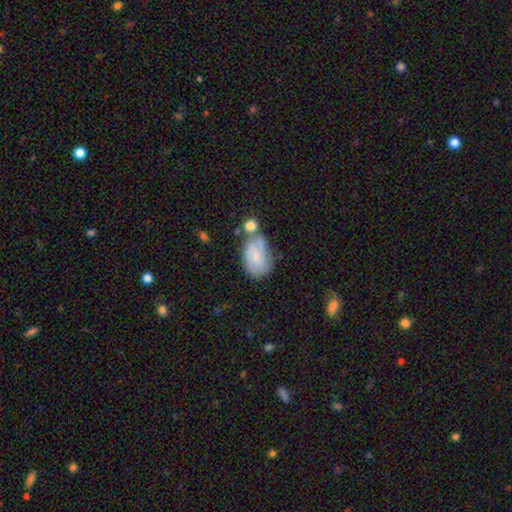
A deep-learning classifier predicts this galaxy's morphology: This appears to be a smooth galaxy with no disk features (64%) that is in between round and cigar-shaped (86%). Merging: none (38%).